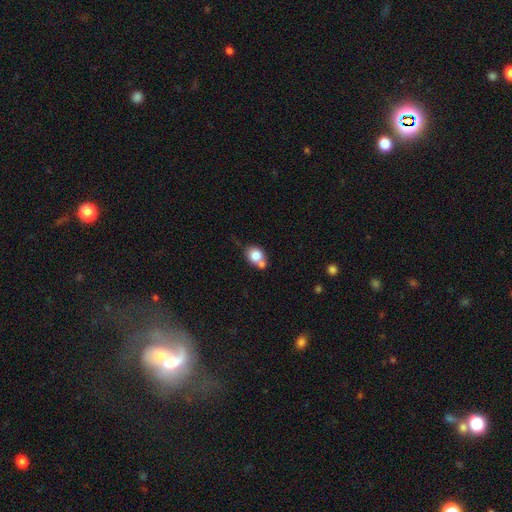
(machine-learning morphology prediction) A smooth galaxy with no disk features (80%) that is round (62%).

Vote fractions:
- Smooth or featured? smooth: 80% / featured or disk: 11% / star or artifact: 9%
- How rounded? round: 62% / in between: 37% / cigar-shaped: 1%
- Merging? none: 42% / merger: 38% / minor disturbance: 15% / major disturbance: 5%